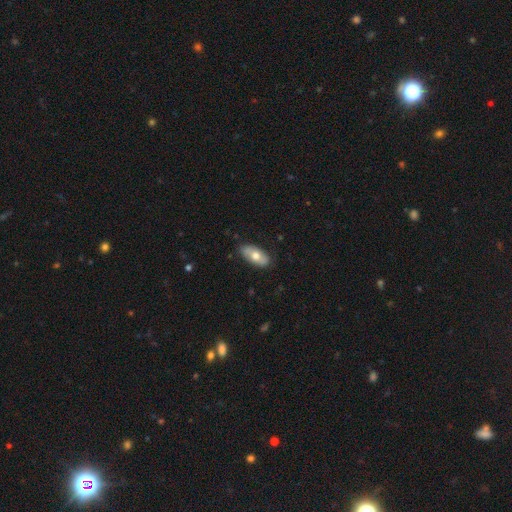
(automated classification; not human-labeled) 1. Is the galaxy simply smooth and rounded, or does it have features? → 64% smooth, 30% featured or disk, 6% star or artifact.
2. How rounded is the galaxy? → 90% in between, 7% cigar-shaped, 3% round.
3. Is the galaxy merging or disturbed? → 82% none, 14% minor disturbance, 3% major disturbance, 1% merger.